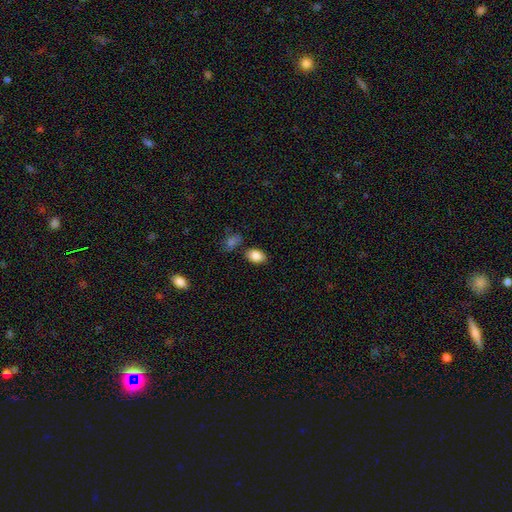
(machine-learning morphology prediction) type=smooth (87%); roundness=in between (78%); merging=none (79%).